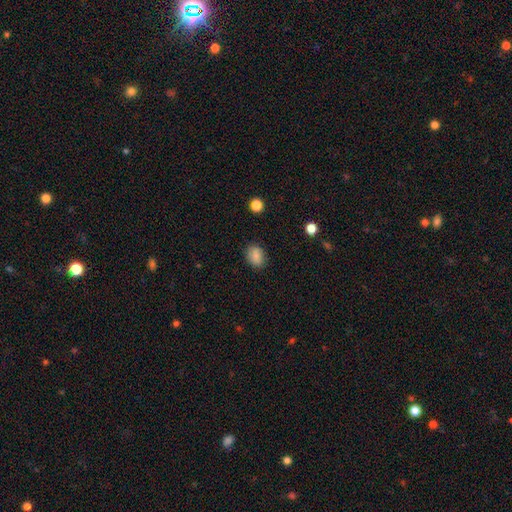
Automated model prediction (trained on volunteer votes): This appears to be a smooth galaxy with no disk features (86%) that is in between round and cigar-shaped (71%). Merging: none (84%).